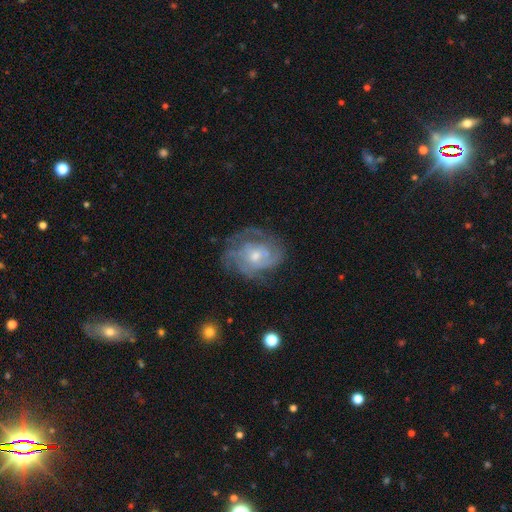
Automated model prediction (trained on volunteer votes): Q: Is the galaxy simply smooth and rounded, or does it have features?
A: featured or disk — 77%.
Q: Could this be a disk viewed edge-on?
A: no — 97%.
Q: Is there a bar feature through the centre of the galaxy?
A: no — 71%.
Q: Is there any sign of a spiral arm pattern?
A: yes — 83%.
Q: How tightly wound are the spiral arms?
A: tight — 48%.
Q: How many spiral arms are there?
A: can't tell — 45%.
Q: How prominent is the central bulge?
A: small — 52%.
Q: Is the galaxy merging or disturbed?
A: none — 58%.